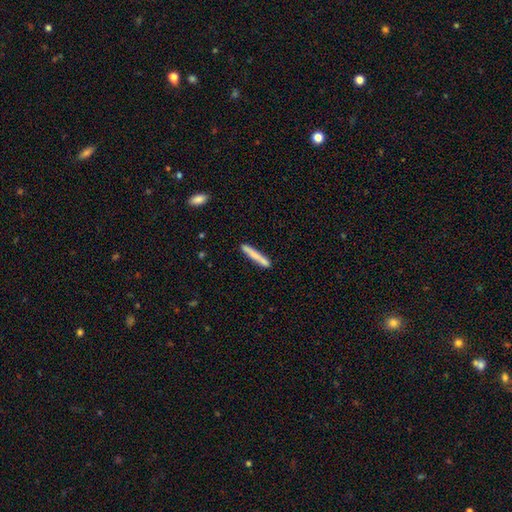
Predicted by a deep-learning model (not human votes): This appears to be a smooth galaxy with no disk features (75%) that is cigar-shaped (95%). Merging: none (85%).